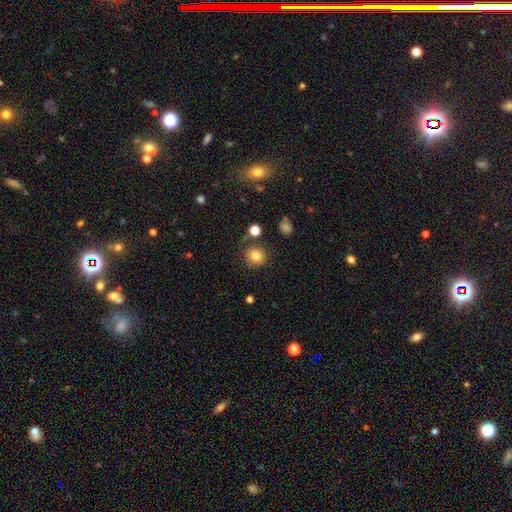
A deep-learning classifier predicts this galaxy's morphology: This appears to be a smooth galaxy with no disk features (81%) that is round (92%). Merging: none (82%).